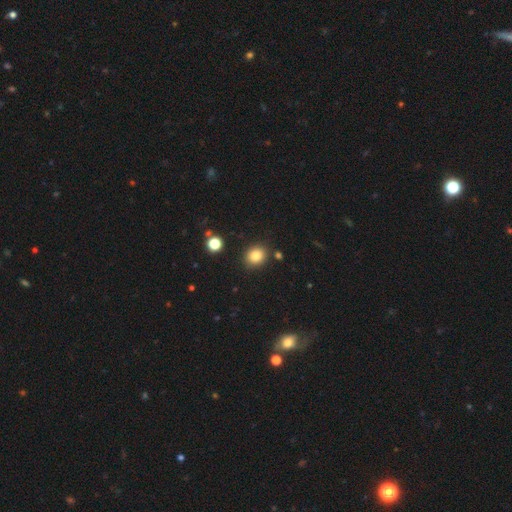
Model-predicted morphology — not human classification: Smooth or featured?
  - smooth: 83% *
  - star or artifact: 12%
  - featured or disk: 6%
How rounded?
  - round: 72% *
  - in between: 27%
  - cigar-shaped: 1%
Merging?
  - none: 86% *
  - minor disturbance: 8%
  - merger: 4%
  - major disturbance: 2%